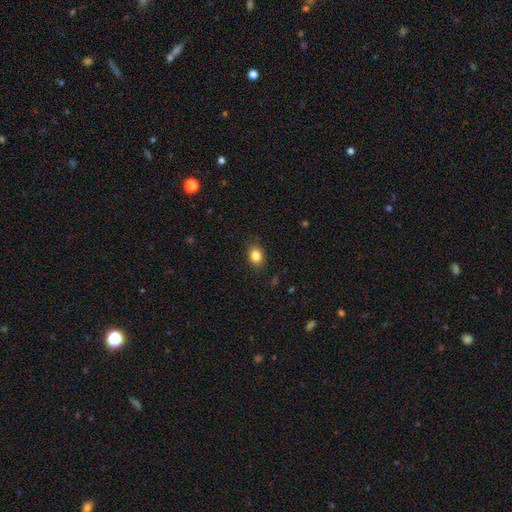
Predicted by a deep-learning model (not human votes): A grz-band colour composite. It shows a smooth galaxy with no disk features (84%) that is in between round and cigar-shaped (61%). Merging: none (87%).